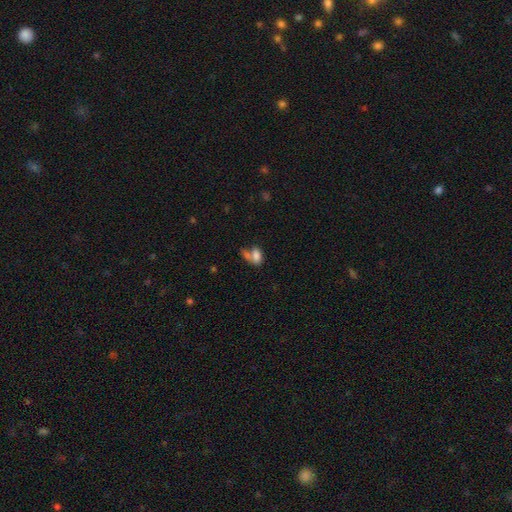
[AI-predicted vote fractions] This appears to be a smooth galaxy with no disk features (77%) that is in between round and cigar-shaped (87%). Merging: merger (43%).